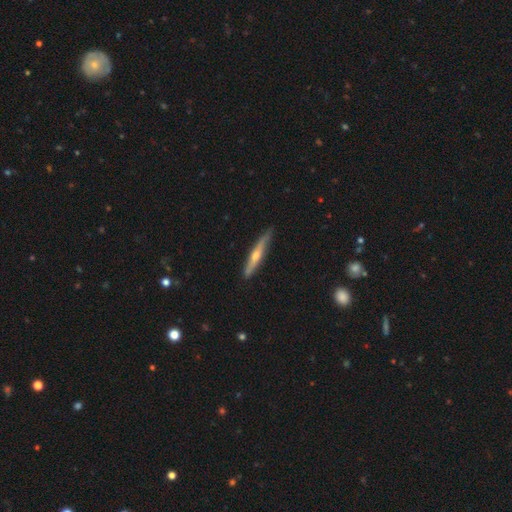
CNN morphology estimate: A featured or disk galaxy (61%) viewed edge-on (95%) with a rounded central bulge (86%).

Vote fractions:
- Smooth or featured? featured or disk: 61% / smooth: 33% / star or artifact: 6%
- Edge-on disk? yes: 95% / no: 5%
- Edge-on bulge? rounded: 86% / none: 11% / boxy: 3%
- Merging? none: 84% / minor disturbance: 12% / major disturbance: 2% / merger: 1%